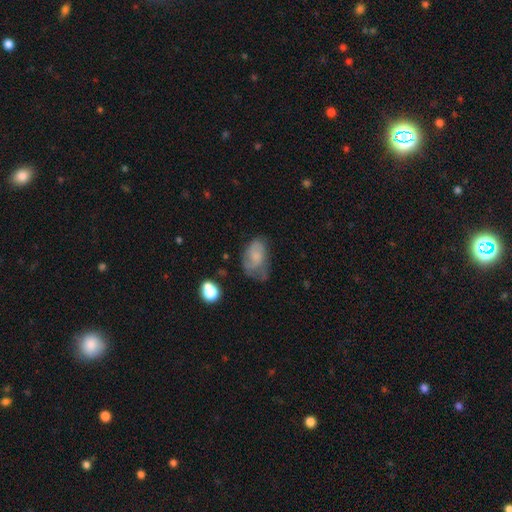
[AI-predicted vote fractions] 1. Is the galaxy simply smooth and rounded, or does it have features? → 54% smooth, 36% featured or disk, 10% star or artifact.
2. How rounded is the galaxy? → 88% in between, 10% round, 2% cigar-shaped.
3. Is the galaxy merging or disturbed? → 38% none, 35% minor disturbance, 24% major disturbance, 3% merger.